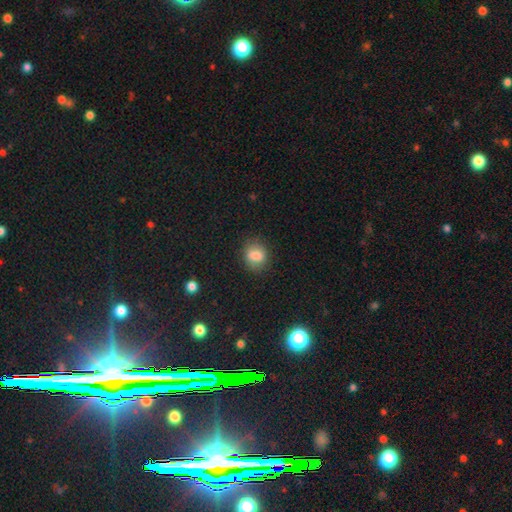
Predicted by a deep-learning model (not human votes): Smooth or featured? Predicted: smooth (p=0.81). How rounded? Predicted: round (p=0.61). Merging? Predicted: none (p=0.81).